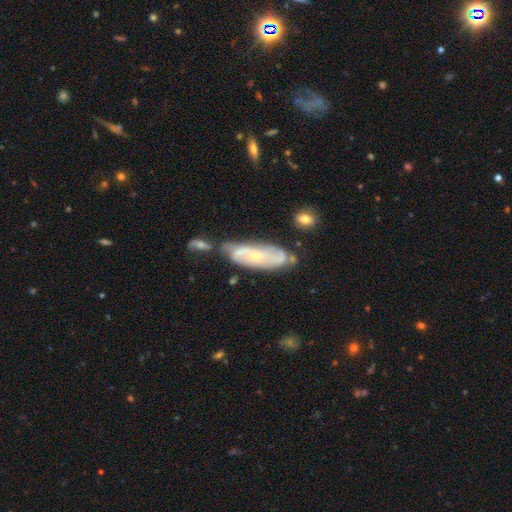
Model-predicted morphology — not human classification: Q: Smooth or featured?
A: featured or disk (73%); runner-up: smooth (20%)
Q: Edge-on disk?
A: no (85%); runner-up: yes (15%)
Q: Bar?
A: no (70%); runner-up: weak (23%)
Q: Spiral arms?
A: yes (79%); runner-up: no (21%)
Q: Bulge size?
A: small (61%); runner-up: moderate (35%)
Q: Merging?
A: none (48%); runner-up: minor disturbance (24%)